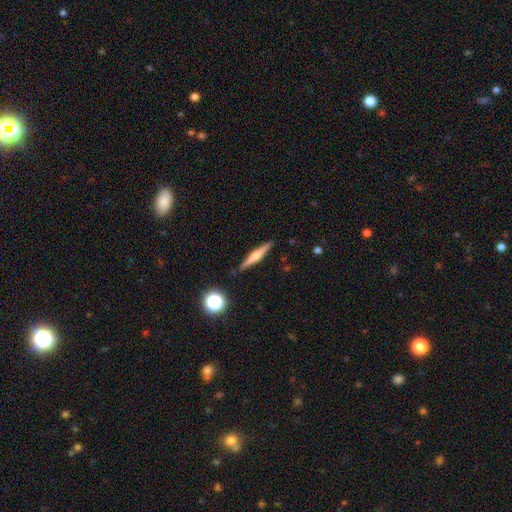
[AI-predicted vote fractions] Smooth or featured? Predicted: featured or disk (p=0.57). Edge-on disk? Predicted: yes (p=0.97). Edge-on bulge? Predicted: rounded (p=0.77). Merging? Predicted: none (p=0.89).